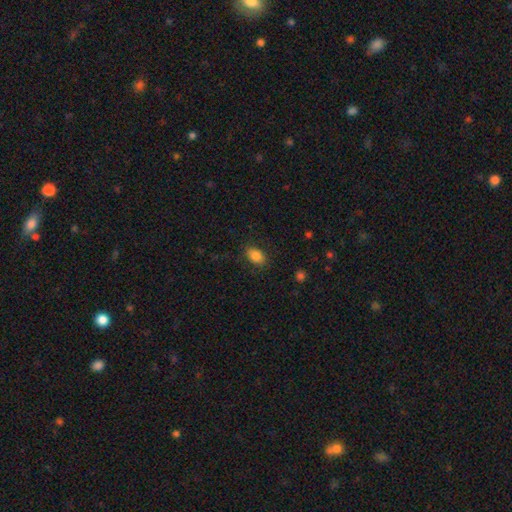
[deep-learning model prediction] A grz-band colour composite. It shows a smooth galaxy with no disk features (85%) that is in between round and cigar-shaped (87%). Merging: none (84%).